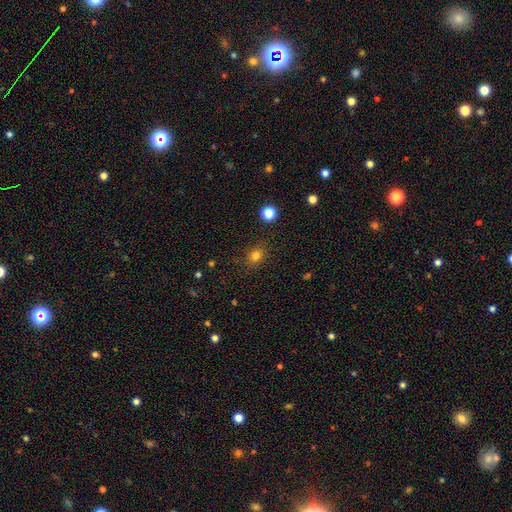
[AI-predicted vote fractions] Morphology: type=smooth (80%); roundness=round (59%); merging=none (86%).